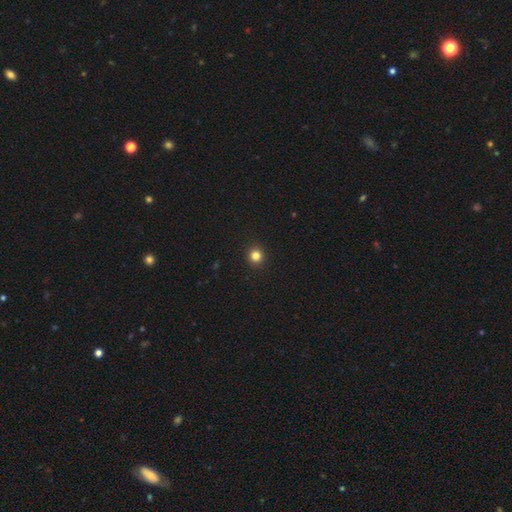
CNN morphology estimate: type=smooth (82%); roundness=round (93%); merging=none (93%).